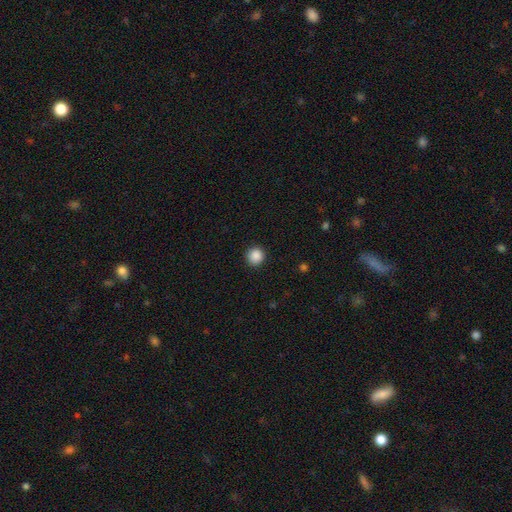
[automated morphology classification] Smooth or featured: smooth — 88% (star or artifact — 10%)
How rounded: round — 94% (in between — 5%)
Merging: none — 91% (minor disturbance — 6%)